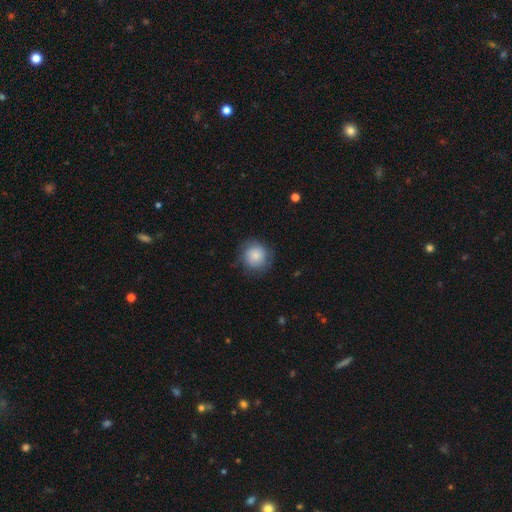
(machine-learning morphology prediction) This appears to be a smooth galaxy with no disk features (82%) that is round (92%). Merging: none (80%).